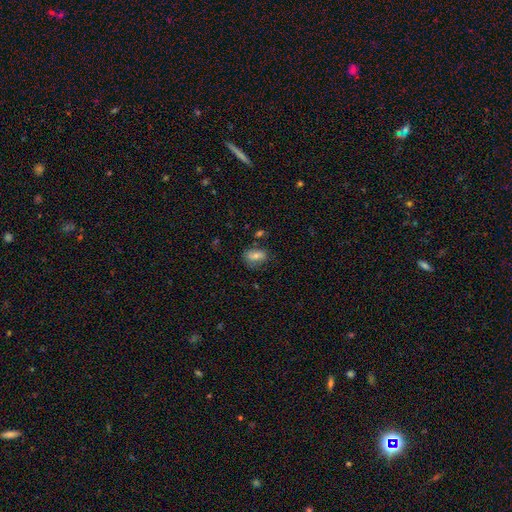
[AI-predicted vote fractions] smooth_or_featured: smooth (p=0.58) [alt: featured or disk p=0.26]
how_rounded: in between (p=0.76) [alt: round p=0.16]
merging: none (p=0.68) [alt: minor disturbance p=0.20]